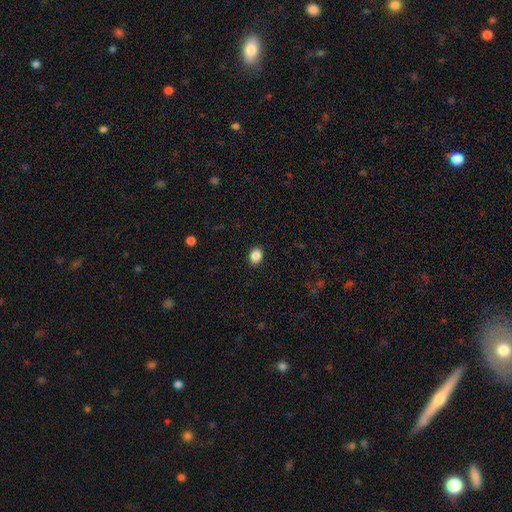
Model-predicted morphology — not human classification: smooth-or-featured: smooth: 87% | star or artifact: 9% | featured or disk: 4%
  how-rounded: in between: 68% | round: 31% | cigar-shaped: 1%
  merging: none: 90% | minor disturbance: 7% | major disturbance: 2% | merger: 1%